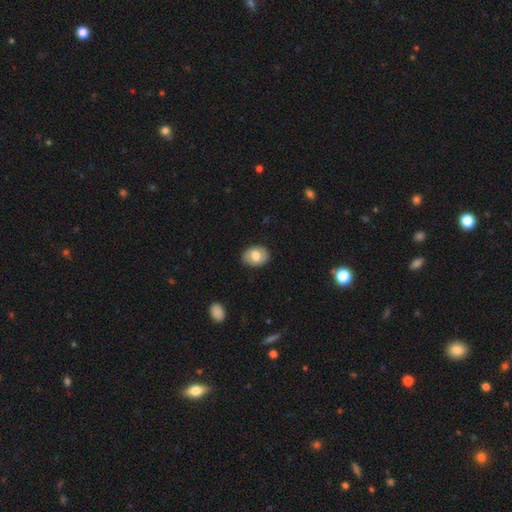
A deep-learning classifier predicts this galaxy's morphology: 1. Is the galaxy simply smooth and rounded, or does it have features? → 70% smooth, 23% featured or disk, 7% star or artifact.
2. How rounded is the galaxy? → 71% in between, 28% round, 1% cigar-shaped.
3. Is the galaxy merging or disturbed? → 84% none, 12% minor disturbance, 3% major disturbance, 1% merger.